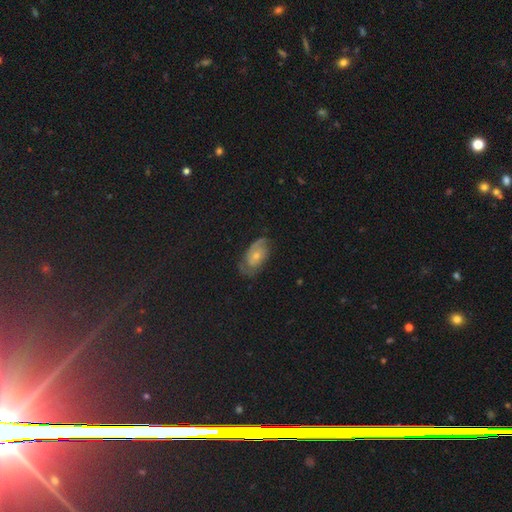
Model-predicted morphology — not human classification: Smooth or featured: featured or disk — 56% (smooth — 34%)
Edge-on disk: no — 94% (yes — 6%)
Bar: no — 80% (weak — 17%)
Spiral arms: yes — 78% (no — 22%)
Bulge size: small — 54% (moderate — 40%)
Merging: none — 59% (minor disturbance — 26%)